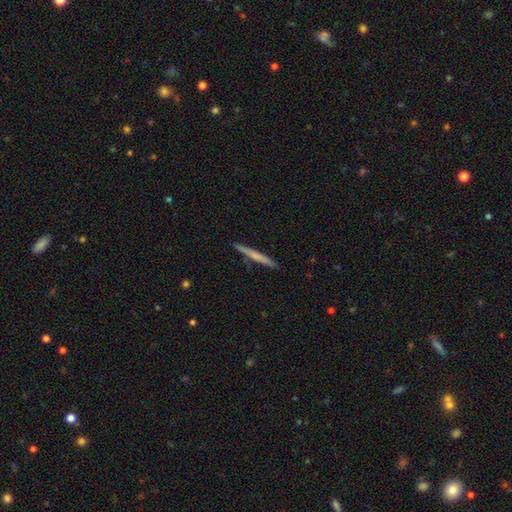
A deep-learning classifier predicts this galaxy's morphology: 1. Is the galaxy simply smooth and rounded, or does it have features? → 57% smooth, 37% featured or disk, 5% star or artifact.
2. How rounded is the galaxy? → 97% cigar-shaped, 2% in between, 1% round.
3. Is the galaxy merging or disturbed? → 90% none, 7% minor disturbance, 2% merger, 1% major disturbance.